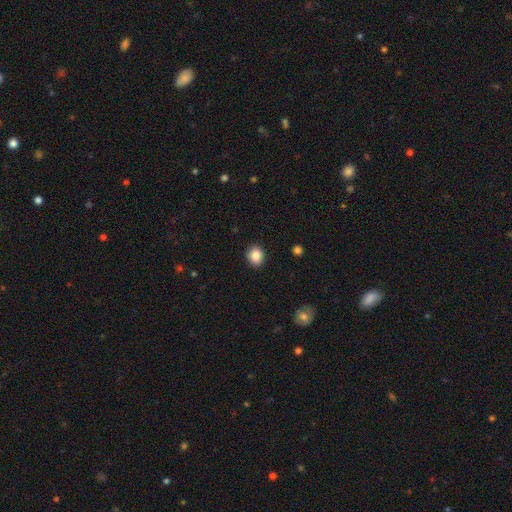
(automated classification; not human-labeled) Q: Smooth or featured?
A: smooth (85%); runner-up: star or artifact (9%)
Q: How rounded?
A: round (57%); runner-up: in between (42%)
Q: Merging?
A: none (90%); runner-up: minor disturbance (7%)